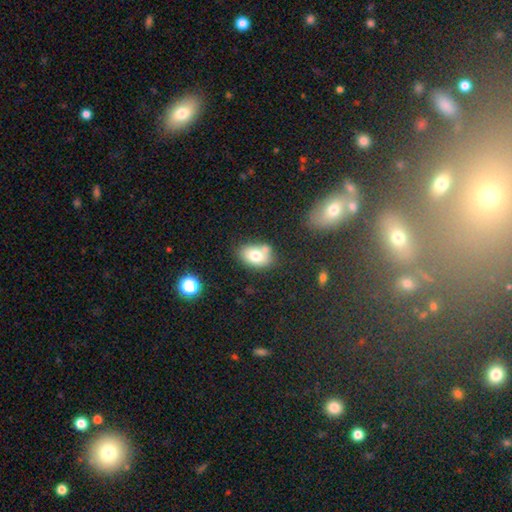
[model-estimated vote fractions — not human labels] smooth-or-featured: smooth: 75% | featured or disk: 15% | star or artifact: 9%
  how-rounded: in between: 81% | round: 18% | cigar-shaped: 1%
  merging: none: 59% | merger: 19% | minor disturbance: 18% | major disturbance: 5%